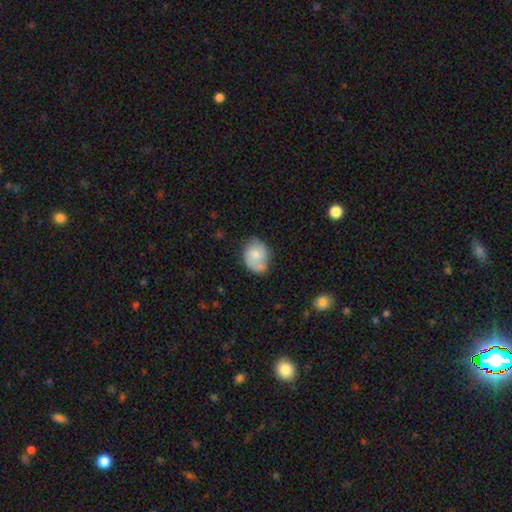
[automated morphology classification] Smooth or featured?
  - smooth: 64% *
  - featured or disk: 29%
  - star or artifact: 7%
How rounded?
  - in between: 57% *
  - round: 42%
  - cigar-shaped: 1%
Merging?
  - none: 53% *
  - minor disturbance: 31%
  - merger: 9%
  - major disturbance: 8%